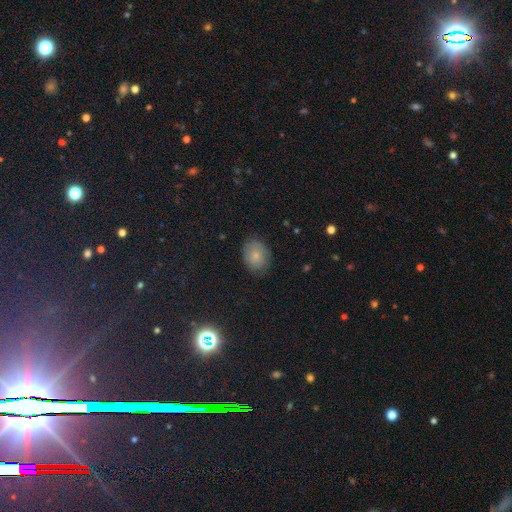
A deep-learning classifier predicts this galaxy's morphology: smooth 73%, featured or disk 16%, star or artifact 11%. Down the decision tree: how rounded — in between (57%); merging — none (79%).